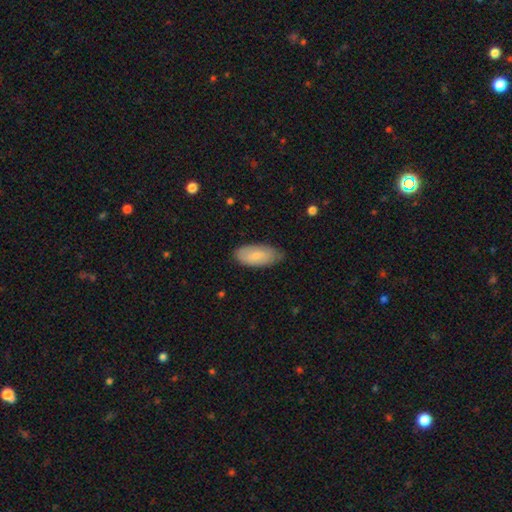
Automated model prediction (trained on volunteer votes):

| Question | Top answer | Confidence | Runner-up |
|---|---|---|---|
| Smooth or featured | smooth | 78% | featured or disk (16%) |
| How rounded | in between | 90% | cigar-shaped (8%) |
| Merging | none | 74% | minor disturbance (22%) |